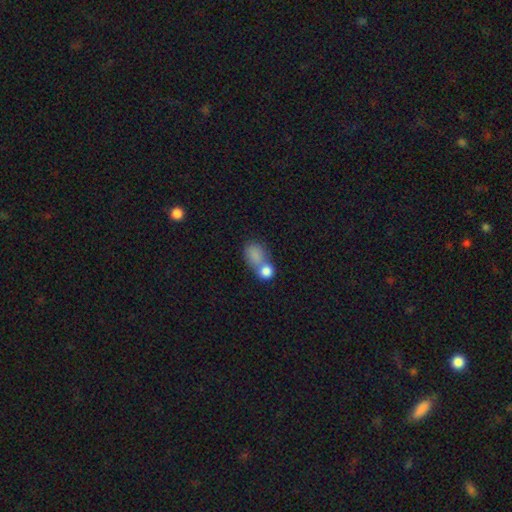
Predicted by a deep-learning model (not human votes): A smooth galaxy with no disk features (82%) that is in between round and cigar-shaped (55%).

Vote fractions:
- Smooth or featured? smooth: 82% / star or artifact: 9% / featured or disk: 9%
- How rounded? in between: 55% / round: 43% / cigar-shaped: 2%
- Merging? merger: 60% / none: 25% / minor disturbance: 9% / major disturbance: 7%